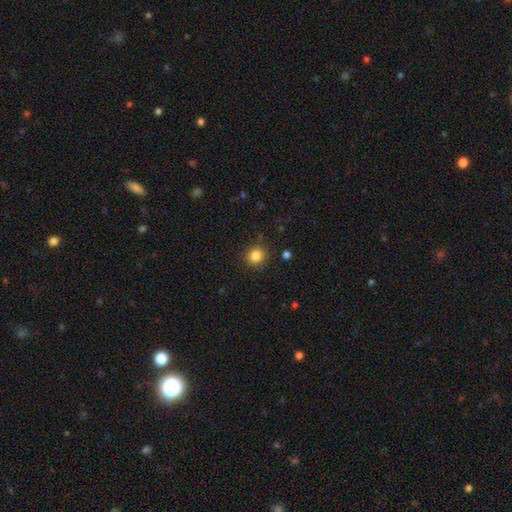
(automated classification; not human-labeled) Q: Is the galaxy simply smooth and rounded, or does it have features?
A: smooth — 84%.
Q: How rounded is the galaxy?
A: round — 89%.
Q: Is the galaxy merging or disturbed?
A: none — 88%.